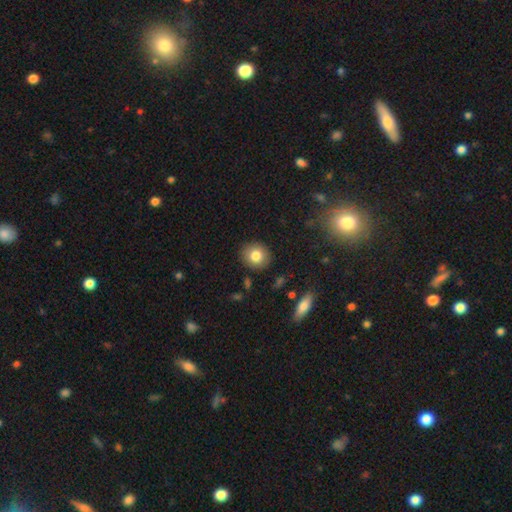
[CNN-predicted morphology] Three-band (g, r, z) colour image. It shows a smooth galaxy with no disk features (81%) that is round (83%). Merging: none (89%).